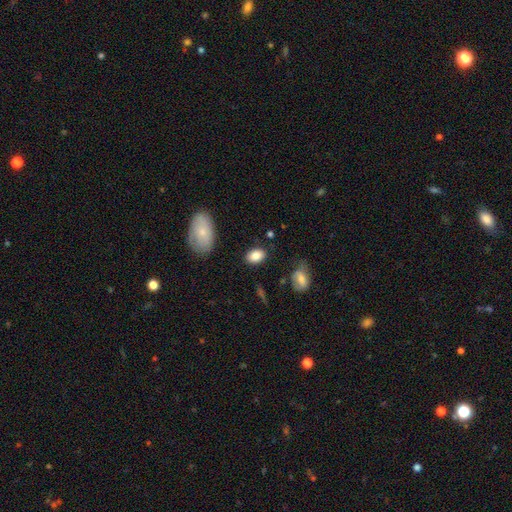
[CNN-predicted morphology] smooth_or_featured: smooth (p=0.85) [alt: star or artifact p=0.08]
how_rounded: in between (p=0.85) [alt: round p=0.14]
merging: none (p=0.82) [alt: minor disturbance p=0.12]